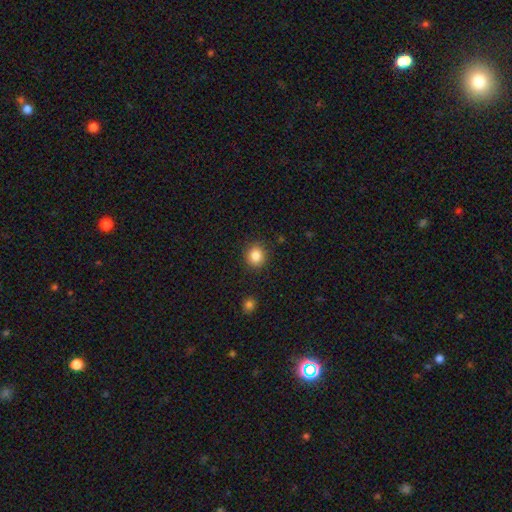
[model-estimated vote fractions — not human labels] smooth 86%, star or artifact 10%, featured or disk 5%. Down the decision tree: how rounded — round (84%); merging — none (88%).